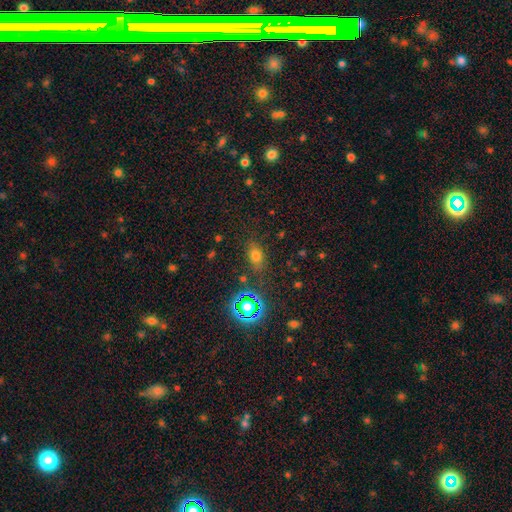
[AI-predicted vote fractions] Smooth or featured?
  - smooth: 67% *
  - star or artifact: 24%
  - featured or disk: 10%
How rounded?
  - in between: 73% *
  - round: 24%
  - cigar-shaped: 4%
Merging?
  - none: 80% *
  - minor disturbance: 13%
  - major disturbance: 5%
  - merger: 3%